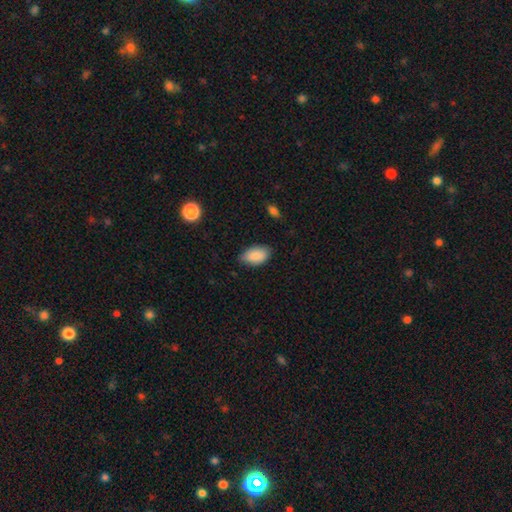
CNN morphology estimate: Smooth or featured? Predicted: smooth (p=0.88). How rounded? Predicted: in between (p=0.94). Merging? Predicted: none (p=0.74).